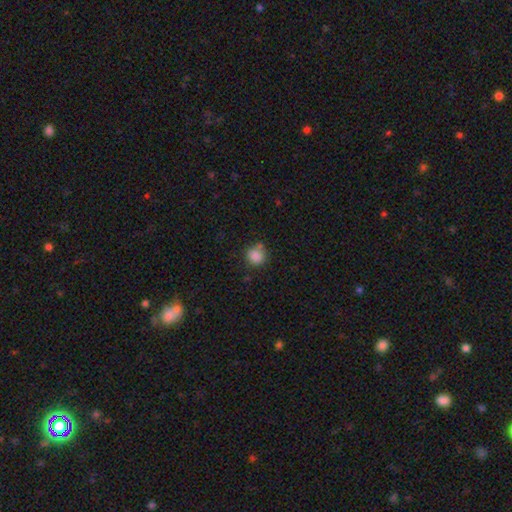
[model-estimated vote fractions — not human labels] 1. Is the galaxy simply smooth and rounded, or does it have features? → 86% smooth, 10% star or artifact, 4% featured or disk.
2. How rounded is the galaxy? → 89% round, 10% in between, 1% cigar-shaped.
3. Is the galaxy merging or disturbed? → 68% none, 16% minor disturbance, 12% merger, 4% major disturbance.